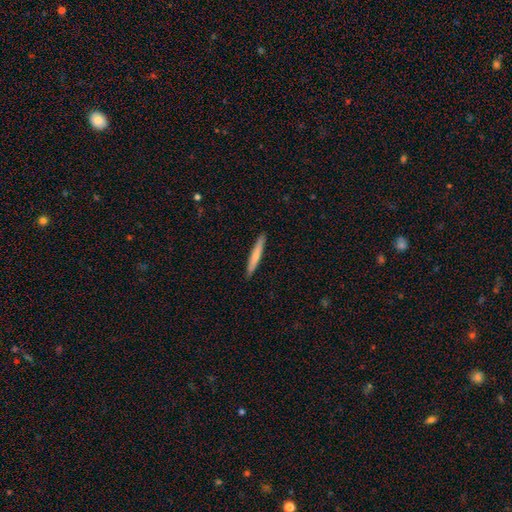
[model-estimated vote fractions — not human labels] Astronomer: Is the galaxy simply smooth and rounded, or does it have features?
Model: smooth — 69%.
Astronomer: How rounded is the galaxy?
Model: cigar-shaped — 96%.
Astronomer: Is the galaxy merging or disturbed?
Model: none — 92%.